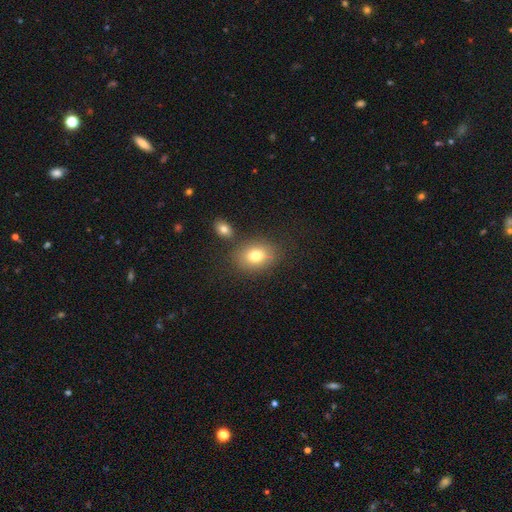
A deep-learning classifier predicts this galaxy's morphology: smooth_or_featured: smooth (p=0.77) [alt: featured or disk p=0.12]
how_rounded: in between (p=0.58) [alt: round p=0.41]
merging: none (p=0.73) [alt: minor disturbance p=0.12]